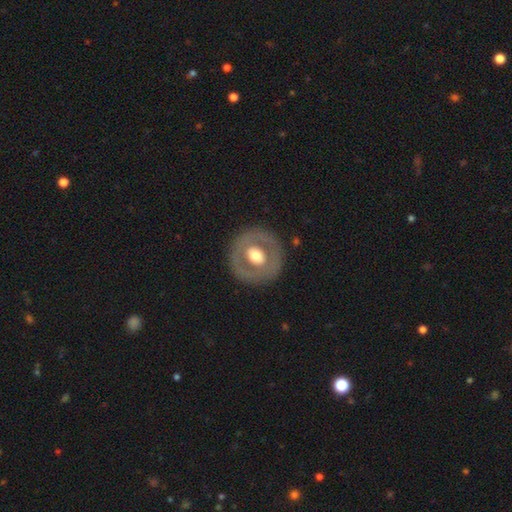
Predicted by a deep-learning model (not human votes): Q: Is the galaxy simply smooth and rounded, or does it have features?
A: featured or disk — 52%.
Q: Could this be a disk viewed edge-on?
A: no — 95%.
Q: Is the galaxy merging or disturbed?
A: none — 84%.